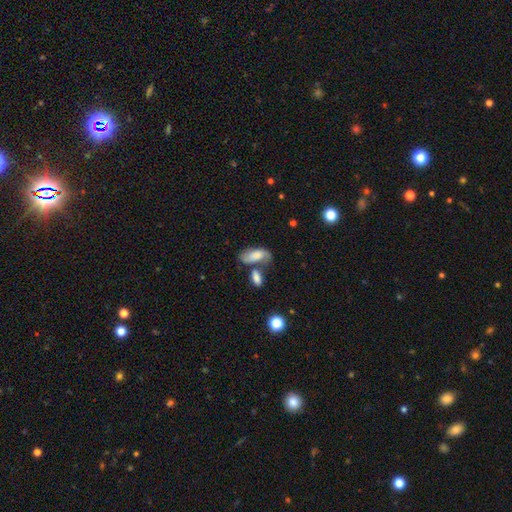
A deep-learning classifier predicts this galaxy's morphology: smooth_or_featured: smooth (p=0.60) [alt: featured or disk p=0.32]
how_rounded: in between (p=0.87) [alt: cigar-shaped p=0.10]
merging: none (p=0.39) [alt: merger p=0.29]